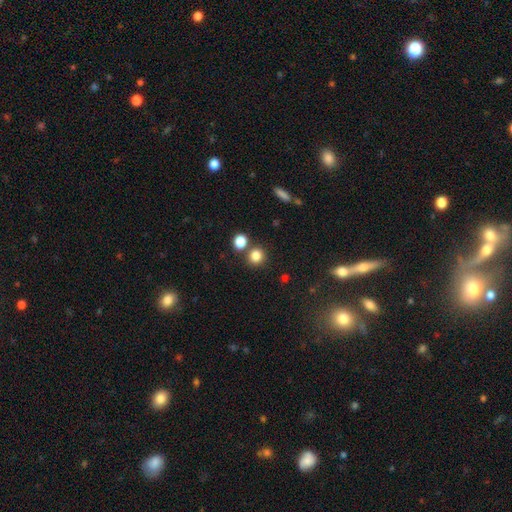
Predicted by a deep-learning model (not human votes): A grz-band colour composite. It shows a smooth galaxy with no disk features (83%) that is round (87%). Merging: none (74%).